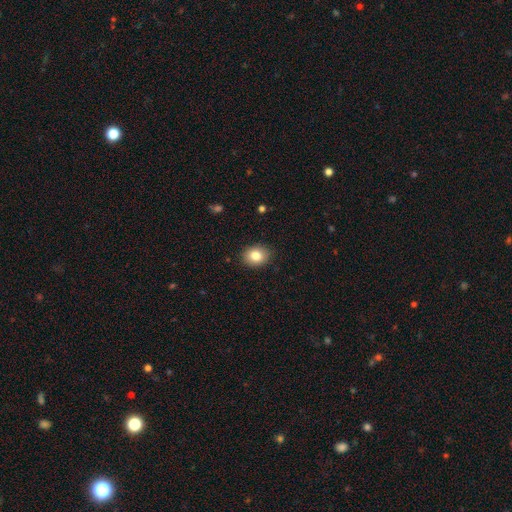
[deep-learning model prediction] A smooth galaxy with no disk features (83%) that is in between round and cigar-shaped (52%). Merging: none (88%).